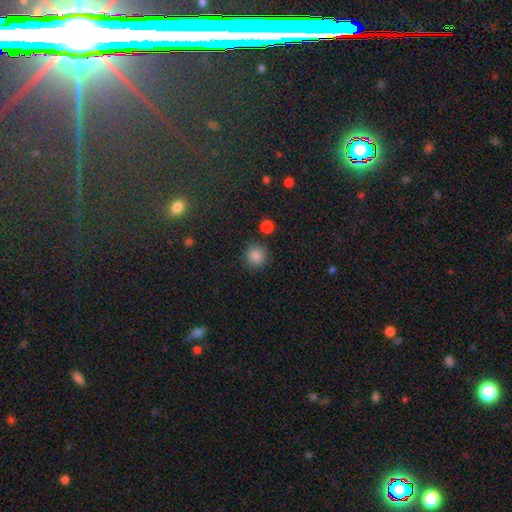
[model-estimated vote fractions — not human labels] Smooth or featured?
  - smooth: 85% *
  - star or artifact: 11%
  - featured or disk: 4%
How rounded?
  - round: 93% *
  - in between: 6%
  - cigar-shaped: 1%
Merging?
  - none: 86% *
  - minor disturbance: 8%
  - merger: 3%
  - major disturbance: 3%